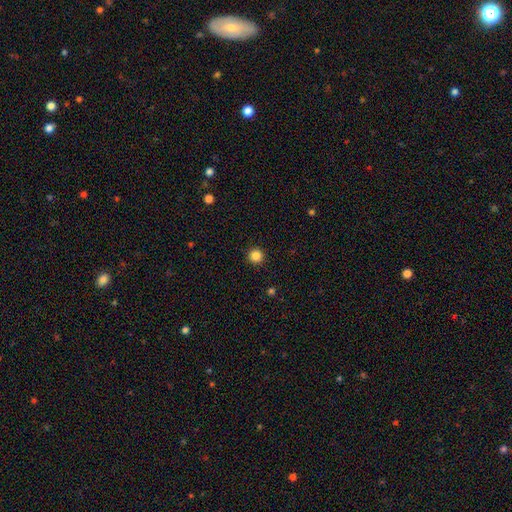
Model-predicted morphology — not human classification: Q: Smooth or featured?
A: smooth (85%); runner-up: star or artifact (11%)
Q: How rounded?
A: round (96%); runner-up: in between (3%)
Q: Merging?
A: none (93%); runner-up: minor disturbance (4%)